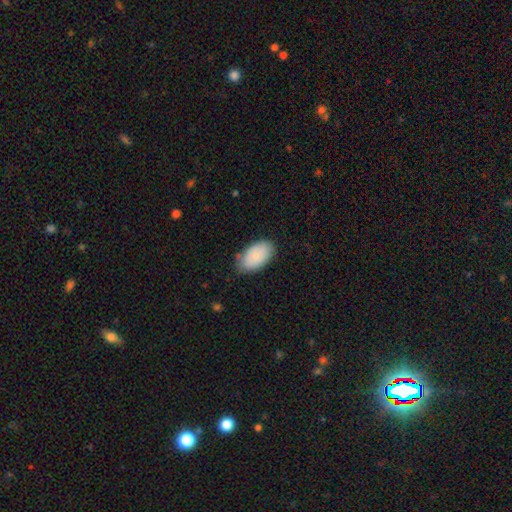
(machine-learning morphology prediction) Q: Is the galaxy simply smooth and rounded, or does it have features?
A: smooth — 86%.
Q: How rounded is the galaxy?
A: in between — 95%.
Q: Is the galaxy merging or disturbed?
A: none — 78%.